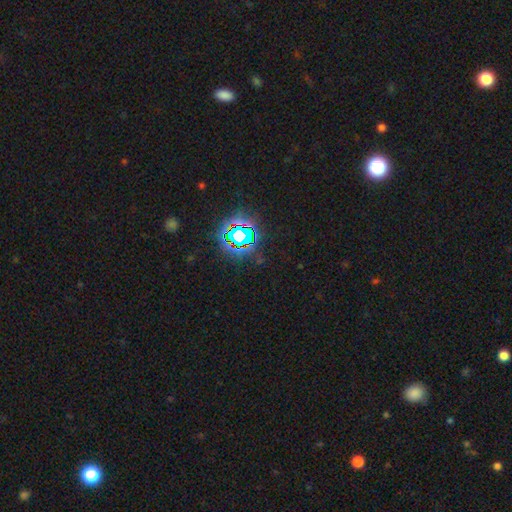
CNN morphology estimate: Overall: star or artifact (80%).